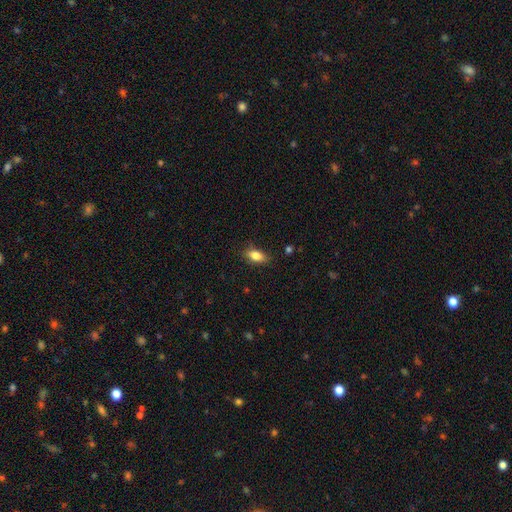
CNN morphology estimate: smooth 80%, featured or disk 11%, star or artifact 8%. Down the decision tree: how rounded — in between (83%); merging — none (81%).